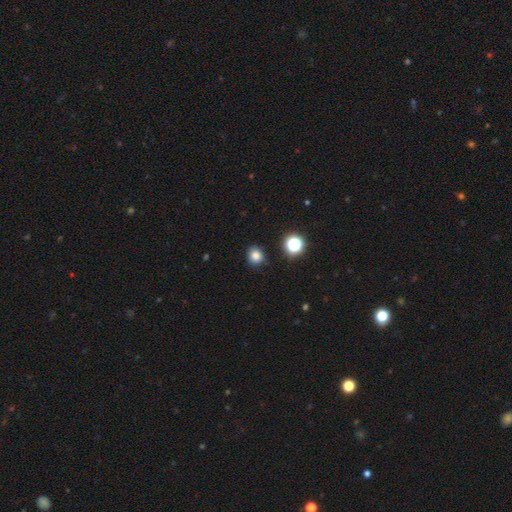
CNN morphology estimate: Overall: smooth (81%). How rounded: round (80%). Merging: none (86%).